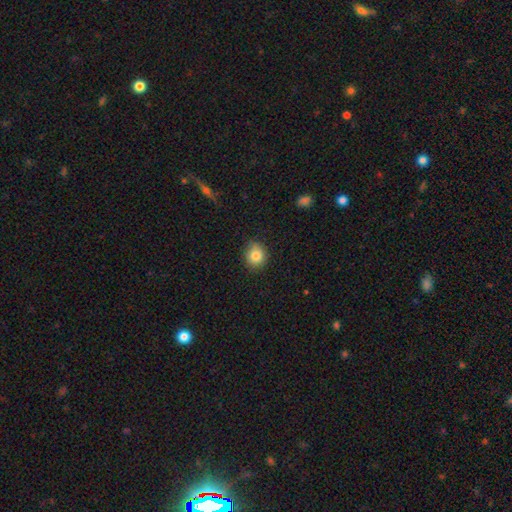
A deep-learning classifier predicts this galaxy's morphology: Smooth or featured: smooth — 83% (star or artifact — 10%)
How rounded: round — 82% (in between — 17%)
Merging: none — 82% (minor disturbance — 14%)